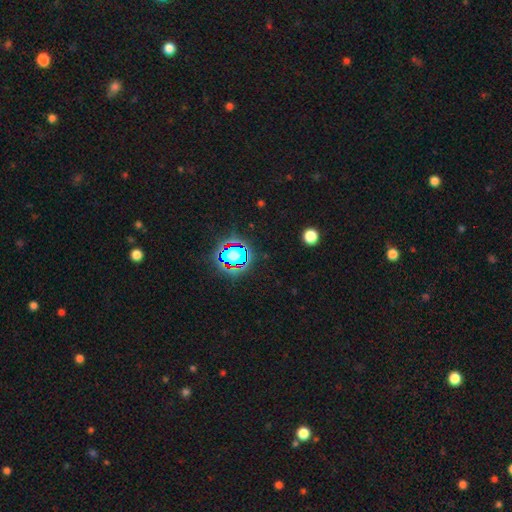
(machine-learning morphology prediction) A star or artifact, not a galaxy (80%).